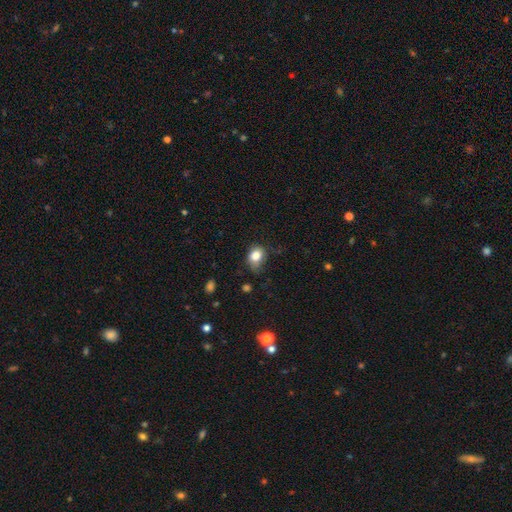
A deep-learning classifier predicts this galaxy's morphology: Smooth or featured?
  - smooth: 82% *
  - star or artifact: 10%
  - featured or disk: 8%
How rounded?
  - in between: 59% *
  - round: 40%
  - cigar-shaped: 1%
Merging?
  - none: 47% *
  - minor disturbance: 37%
  - major disturbance: 14%
  - merger: 2%